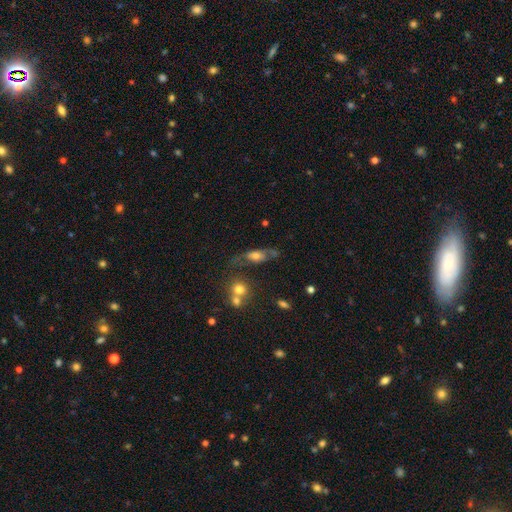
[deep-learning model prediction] smooth-or-featured: featured or disk: 46% | smooth: 44% | star or artifact: 10%
  merging: none: 45% | minor disturbance: 24% | major disturbance: 20% | merger: 11%